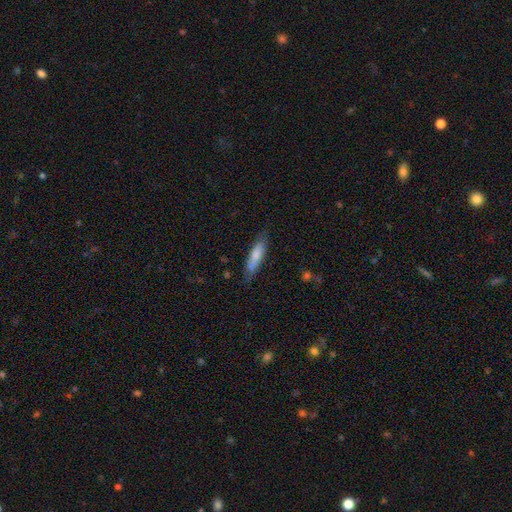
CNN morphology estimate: A smooth galaxy with no disk features (73%) that is cigar-shaped (74%).

Vote fractions:
- Smooth or featured? smooth: 73% / featured or disk: 21% / star or artifact: 6%
- How rounded? cigar-shaped: 74% / in between: 25% / round: 1%
- Merging? none: 78% / minor disturbance: 17% / major disturbance: 4% / merger: 2%